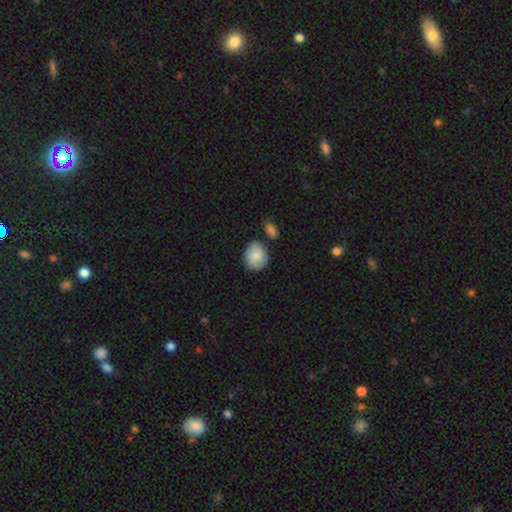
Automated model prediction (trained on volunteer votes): Smooth or featured?
  - smooth: 80% *
  - featured or disk: 14%
  - star or artifact: 6%
How rounded?
  - round: 56% *
  - in between: 43%
  - cigar-shaped: 1%
Merging?
  - none: 70% *
  - minor disturbance: 18%
  - merger: 8%
  - major disturbance: 4%